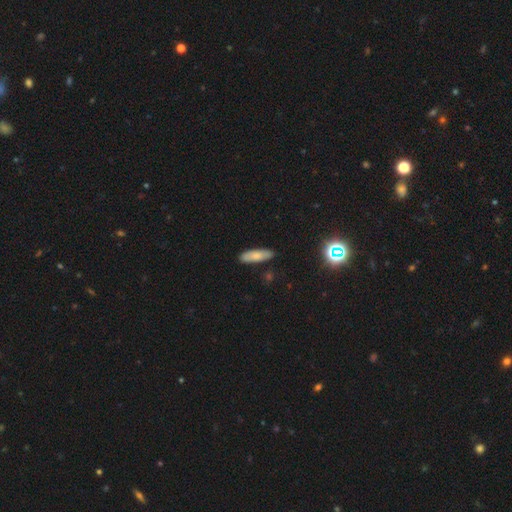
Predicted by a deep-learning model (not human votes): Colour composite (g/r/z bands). It shows a smooth galaxy with no disk features (77%) that is cigar-shaped (53%). Merging: none (85%).